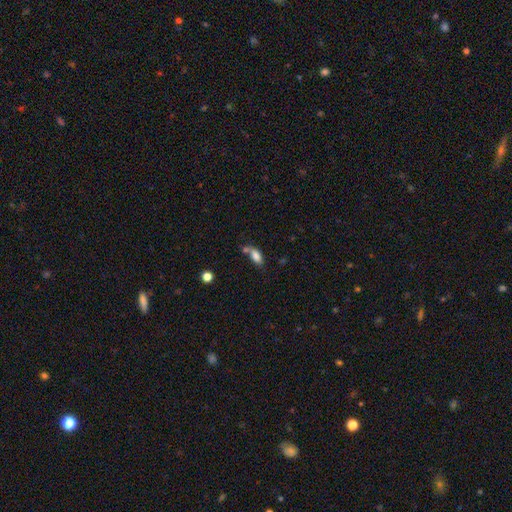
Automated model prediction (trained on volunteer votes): smooth_or_featured: smooth (p=0.80) [alt: featured or disk p=0.10]
how_rounded: in between (p=0.86) [alt: cigar-shaped p=0.09]
merging: none (p=0.41) [alt: merger p=0.34]